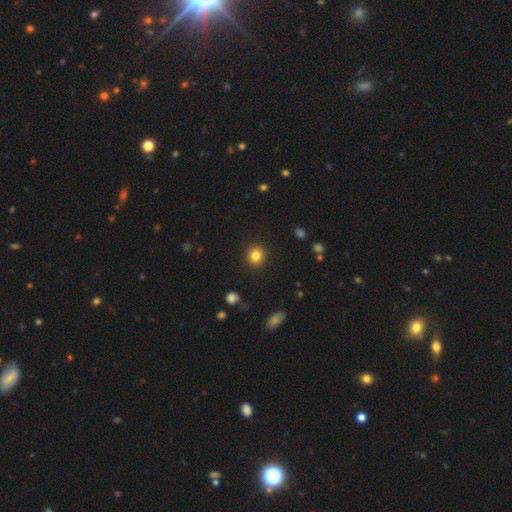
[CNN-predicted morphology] A smooth galaxy with no disk features (83%) that is round (91%). Merging: none (91%).